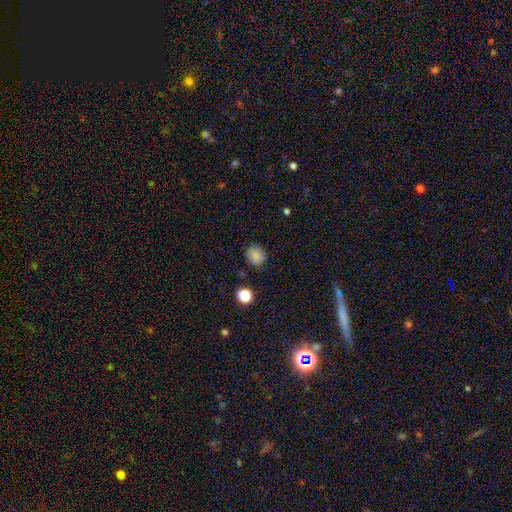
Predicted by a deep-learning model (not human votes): Smooth or featured: smooth — 84% (star or artifact — 11%)
How rounded: round — 76% (in between — 23%)
Merging: none — 85% (minor disturbance — 11%)